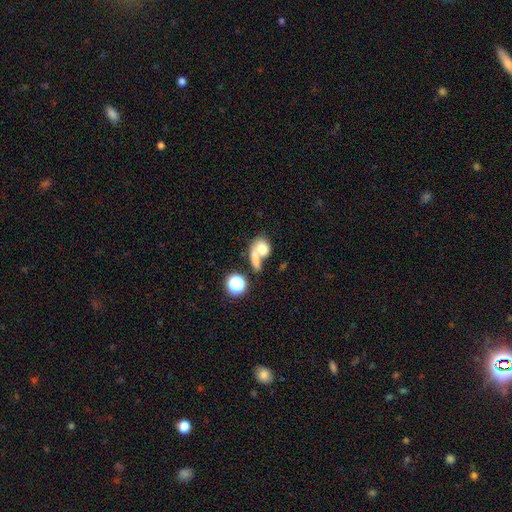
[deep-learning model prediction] The model was most divided on "how rounded": in between: 52%, round: 43%, cigar-shaped: 5%. More confident: smooth or featured — smooth (72%); merging — merger (54%).